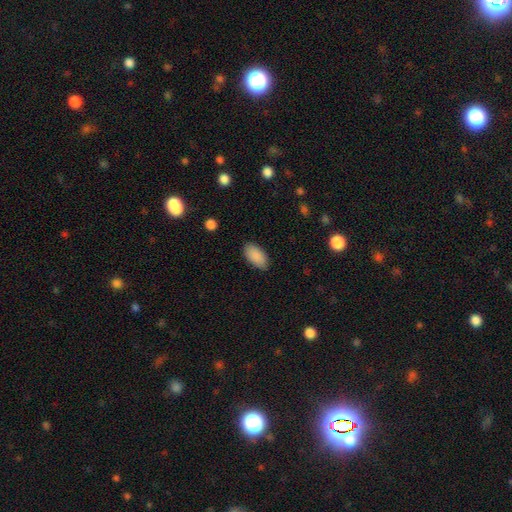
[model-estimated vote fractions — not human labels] This appears to be a smooth galaxy with no disk features (90%) that is in between round and cigar-shaped (94%). Merging: none (85%).